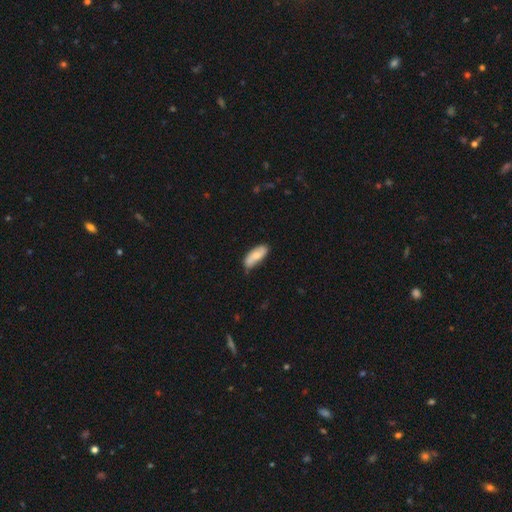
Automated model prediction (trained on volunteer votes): Overall: smooth (71%). How rounded: in between (74%). Merging: none (71%).